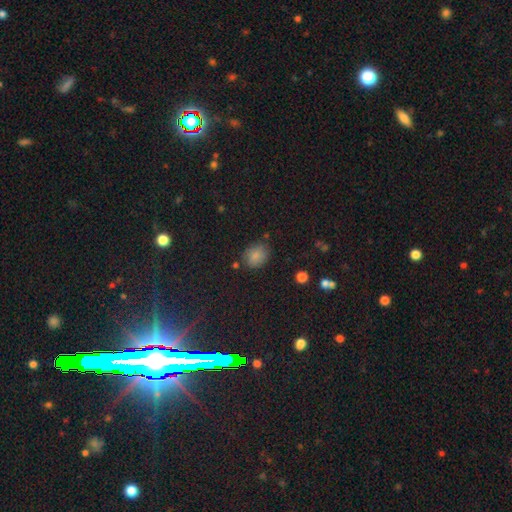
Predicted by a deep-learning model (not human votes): Morphology: type=smooth (80%); roundness=in between (56%); merging=none (79%).